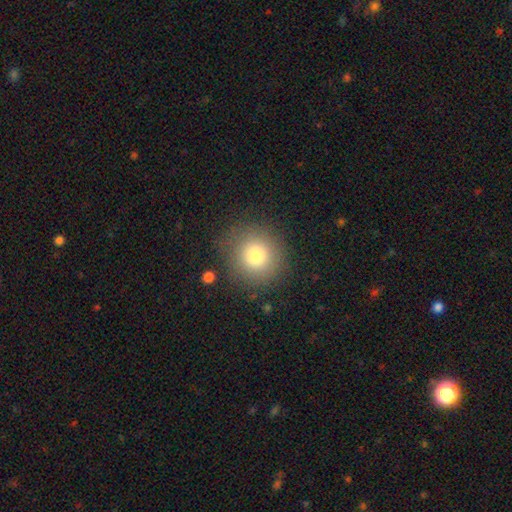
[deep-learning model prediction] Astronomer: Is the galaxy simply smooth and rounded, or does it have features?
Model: smooth — 79%.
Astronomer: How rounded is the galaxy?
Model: round — 92%.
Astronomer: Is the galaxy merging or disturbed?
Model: none — 86%.